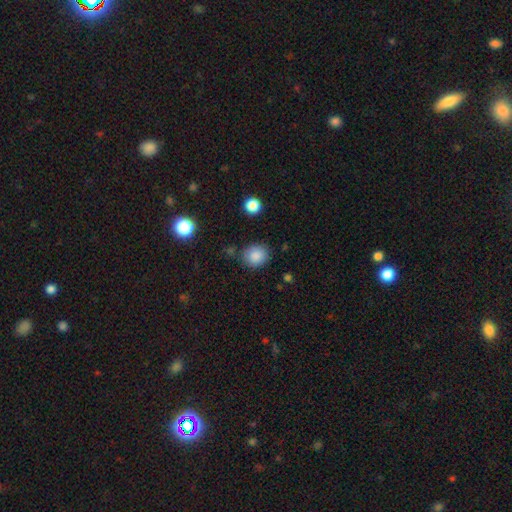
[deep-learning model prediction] smooth_or_featured: smooth (p=0.86) [alt: star or artifact p=0.09]
how_rounded: round (p=0.73) [alt: in between p=0.26]
merging: none (p=0.77) [alt: minor disturbance p=0.15]